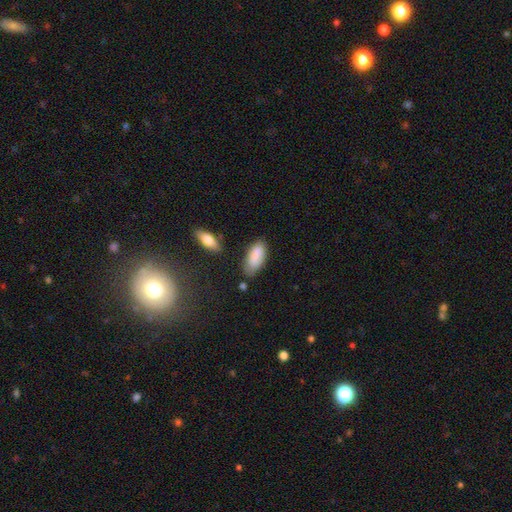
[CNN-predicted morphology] This appears to be a smooth galaxy with no disk features (86%) that is in between round and cigar-shaped (83%). Merging: none (68%).